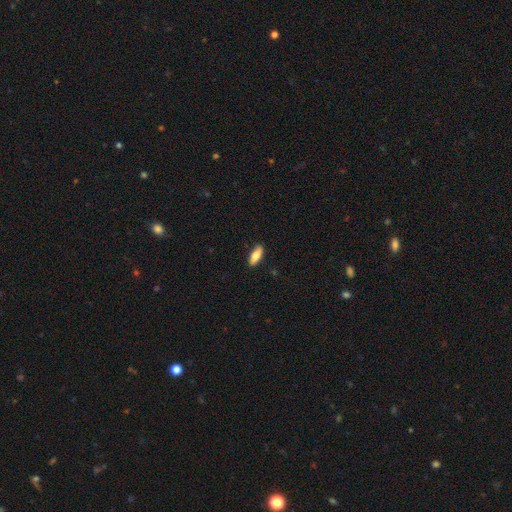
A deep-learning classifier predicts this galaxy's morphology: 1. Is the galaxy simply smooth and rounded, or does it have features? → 76% smooth, 18% featured or disk, 6% star or artifact.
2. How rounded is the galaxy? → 68% in between, 30% cigar-shaped, 2% round.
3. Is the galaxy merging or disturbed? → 86% none, 11% minor disturbance, 2% major disturbance, 1% merger.